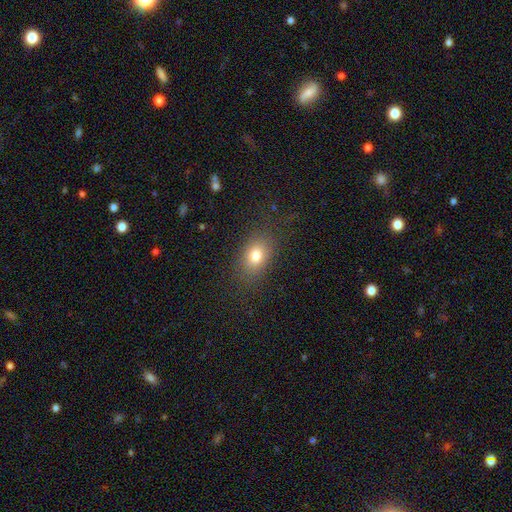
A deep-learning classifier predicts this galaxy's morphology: Smooth or featured: smooth — 78% (star or artifact — 12%)
How rounded: in between — 73% (round — 25%)
Merging: none — 81% (minor disturbance — 12%)